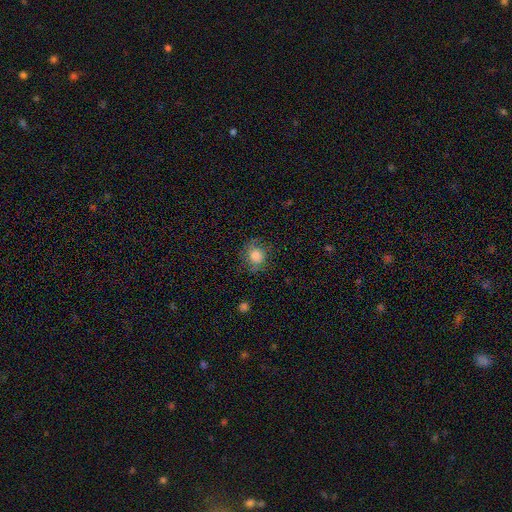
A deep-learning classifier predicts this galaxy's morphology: The model was most divided on "merging": none: 74%, minor disturbance: 17%, major disturbance: 7%, merger: 1%. More confident: how rounded — round (81%); smooth or featured — smooth (78%).